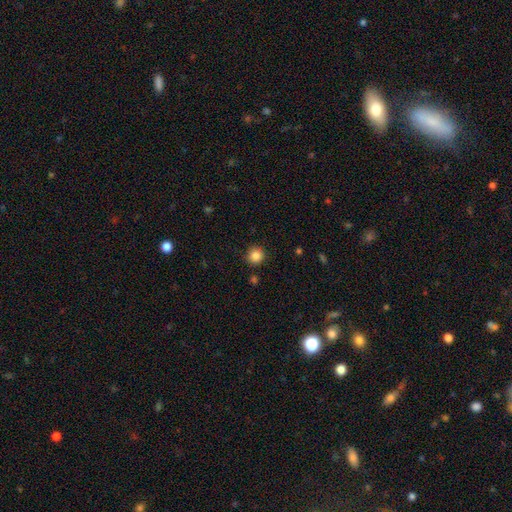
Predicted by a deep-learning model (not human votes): smooth-or-featured: smooth: 85% | star or artifact: 11% | featured or disk: 4%
  how-rounded: round: 93% | in between: 6% | cigar-shaped: 1%
  merging: none: 90% | minor disturbance: 7% | major disturbance: 2% | merger: 2%